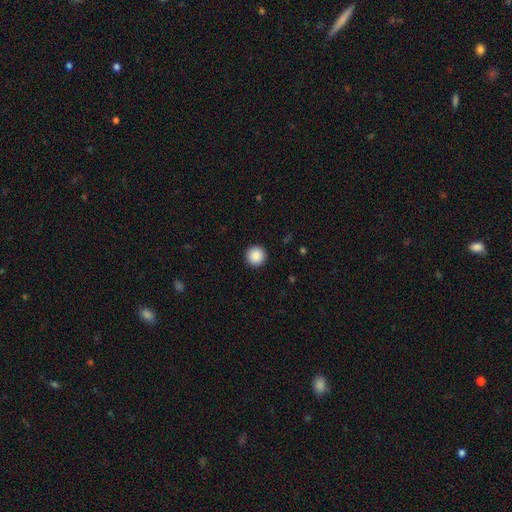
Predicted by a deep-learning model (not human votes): smooth-or-featured: smooth: 89% | star or artifact: 8% | featured or disk: 3%
  how-rounded: round: 96% | in between: 3% | cigar-shaped: 1%
  merging: none: 93% | minor disturbance: 4% | major disturbance: 2% | merger: 1%